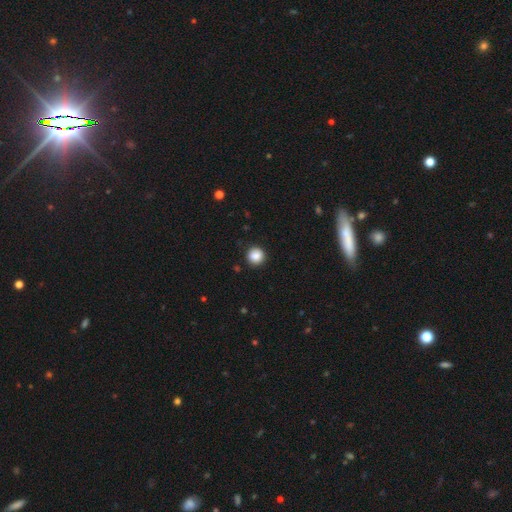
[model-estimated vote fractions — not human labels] Smooth or featured: smooth — 87% (star or artifact — 9%)
How rounded: round — 93% (in between — 6%)
Merging: none — 90% (minor disturbance — 7%)